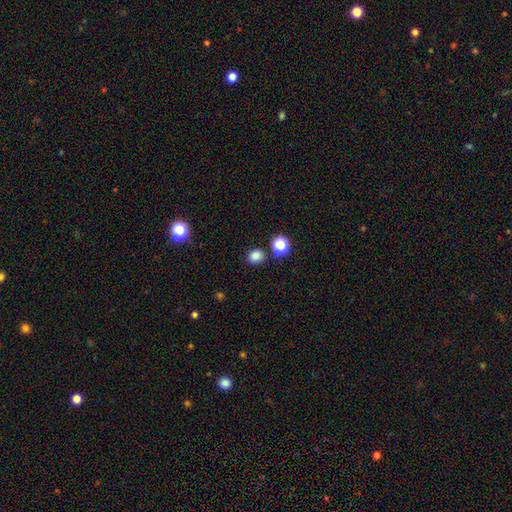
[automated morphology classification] Q: Smooth or featured?
A: smooth (82%); runner-up: star or artifact (14%)
Q: How rounded?
A: round (69%); runner-up: in between (30%)
Q: Merging?
A: none (83%); runner-up: minor disturbance (8%)